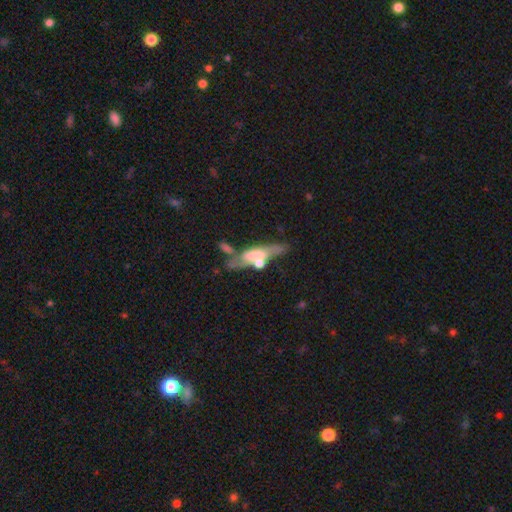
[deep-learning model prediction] Smooth or featured? Predicted: featured or disk (p=0.57). Edge-on disk? Predicted: yes (p=0.55). Merging? Predicted: none (p=0.36).